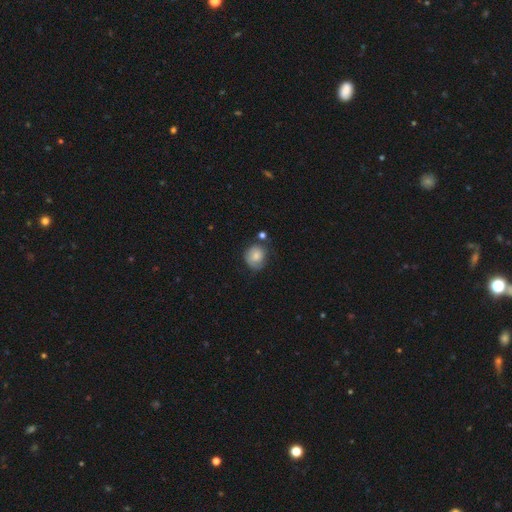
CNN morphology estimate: The model was most divided on "merging": none: 58%, minor disturbance: 26%, major disturbance: 9%, merger: 7%. More confident: how rounded — round (74%); smooth or featured — smooth (72%).